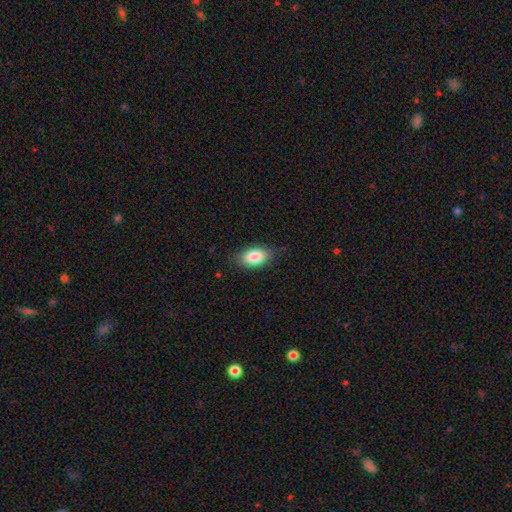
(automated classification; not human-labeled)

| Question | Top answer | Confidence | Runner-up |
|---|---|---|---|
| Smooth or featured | smooth | 86% | featured or disk (7%) |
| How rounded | in between | 92% | round (5%) |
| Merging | none | 79% | minor disturbance (17%) |